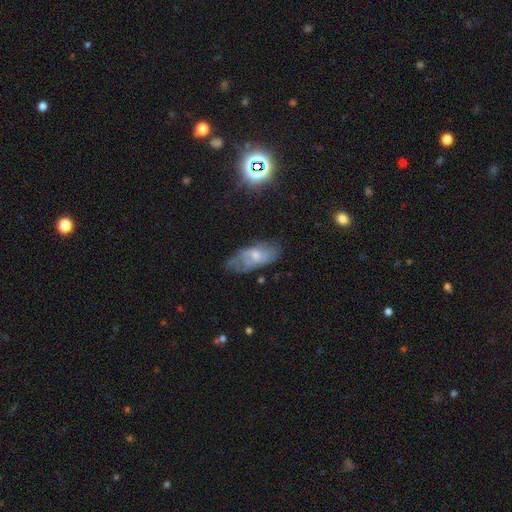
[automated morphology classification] A featured or disk galaxy (52%). Merging: none (53%).